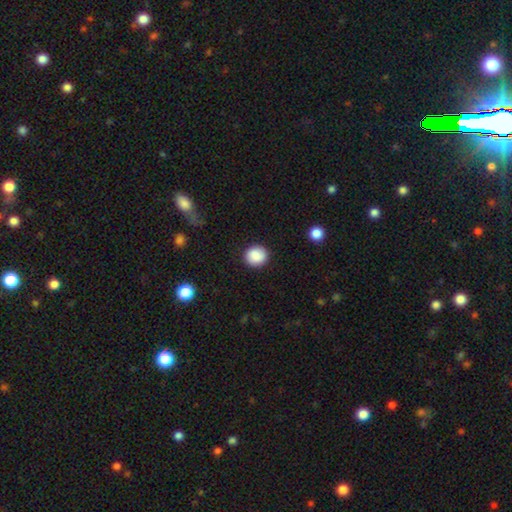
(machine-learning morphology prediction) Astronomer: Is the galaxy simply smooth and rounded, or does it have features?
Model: smooth — 88%.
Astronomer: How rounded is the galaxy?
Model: round — 82%.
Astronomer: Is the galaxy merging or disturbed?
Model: none — 89%.